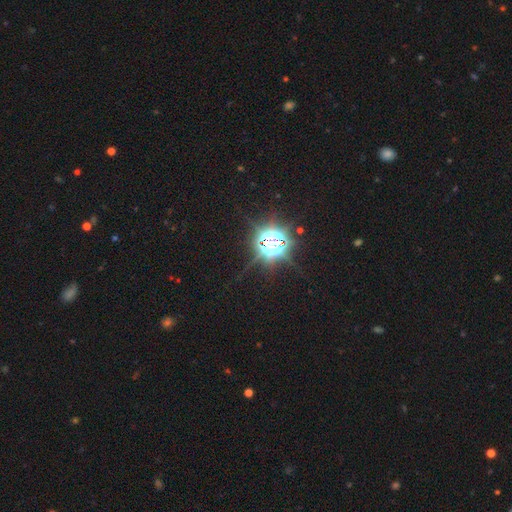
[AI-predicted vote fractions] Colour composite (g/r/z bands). It shows a star or artifact, not a galaxy (84%).